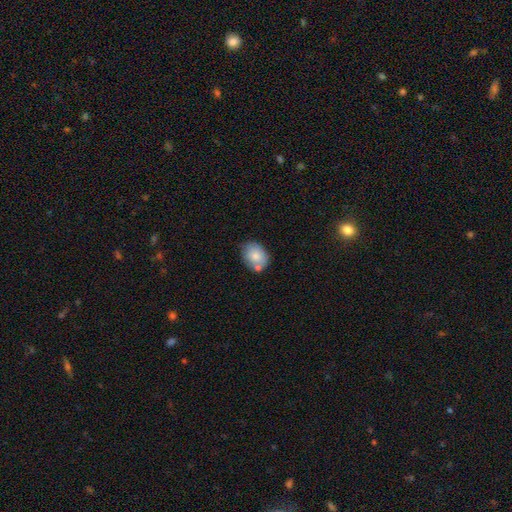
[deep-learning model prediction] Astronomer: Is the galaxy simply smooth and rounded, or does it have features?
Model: smooth — 77%.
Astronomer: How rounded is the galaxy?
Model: in between — 62%.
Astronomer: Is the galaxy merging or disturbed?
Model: none — 56%.